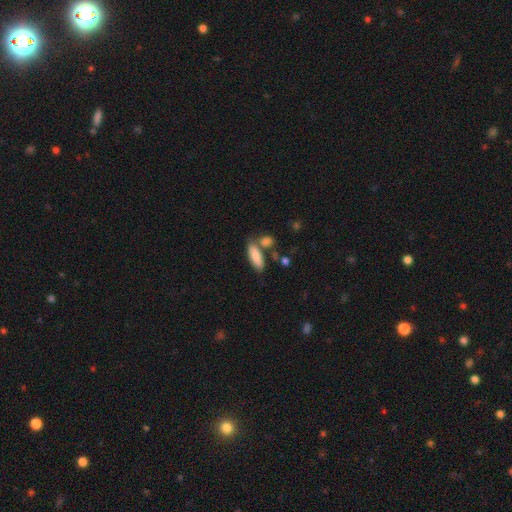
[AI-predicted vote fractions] Smooth or featured? Predicted: smooth (p=0.82). How rounded? Predicted: in between (p=0.67). Merging? Predicted: none (p=0.60).